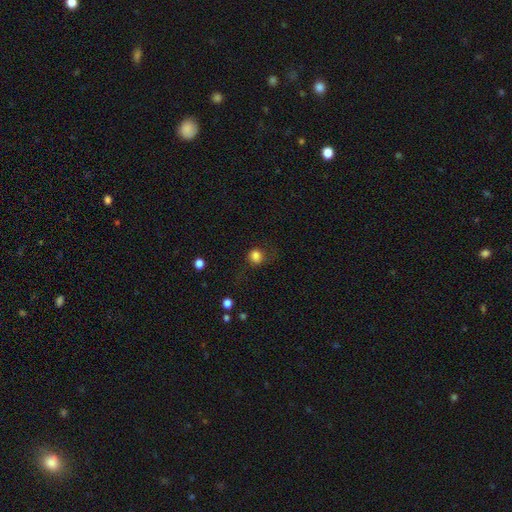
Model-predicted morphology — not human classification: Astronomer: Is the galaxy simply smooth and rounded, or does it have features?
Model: smooth — 82%.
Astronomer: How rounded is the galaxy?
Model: round — 85%.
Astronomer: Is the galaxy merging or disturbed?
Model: none — 69%.